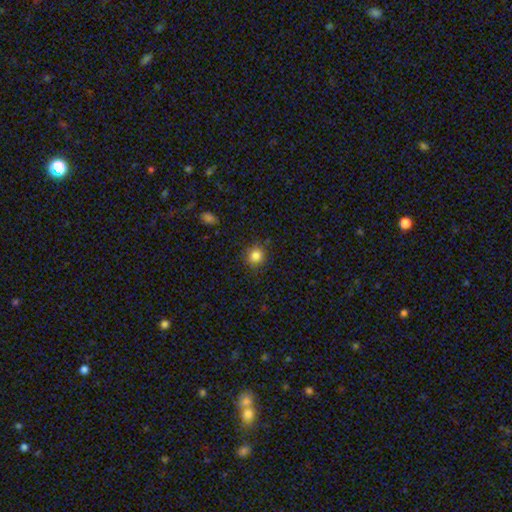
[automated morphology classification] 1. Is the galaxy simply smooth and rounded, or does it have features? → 83% smooth, 12% star or artifact, 5% featured or disk.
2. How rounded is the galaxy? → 89% round, 11% in between, 1% cigar-shaped.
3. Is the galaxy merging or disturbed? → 86% none, 10% minor disturbance, 3% major disturbance, 1% merger.